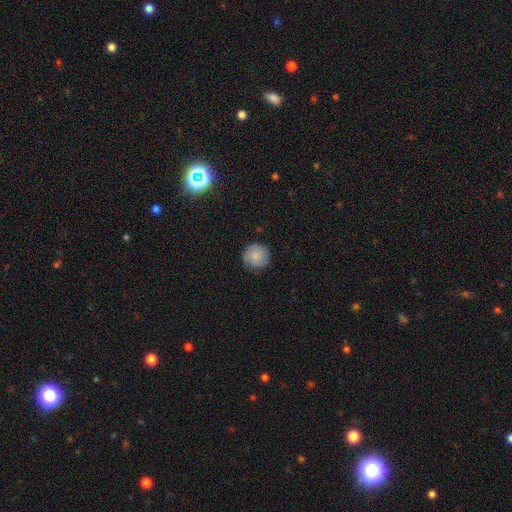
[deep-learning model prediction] This is clearly a smooth galaxy (81%). How rounded: clearly round (94%). Merging: clearly none (82%).